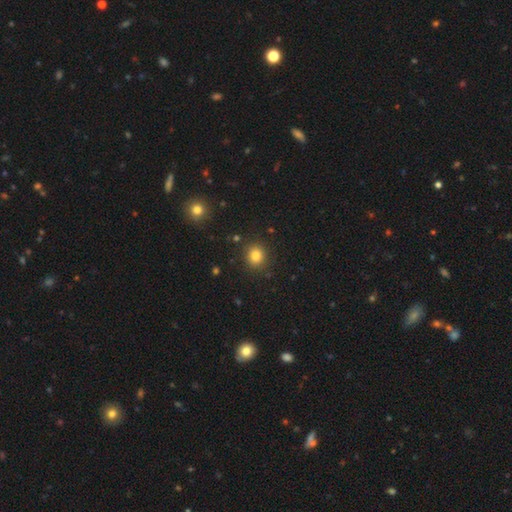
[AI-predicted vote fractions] Morphology: type=smooth (82%); roundness=round (83%); merging=none (89%).